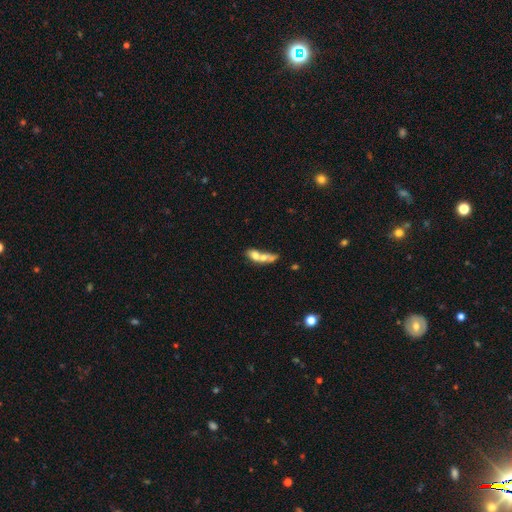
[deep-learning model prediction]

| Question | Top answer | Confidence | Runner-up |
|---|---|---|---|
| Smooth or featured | smooth | 59% | featured or disk (32%) |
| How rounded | in between | 60% | cigar-shaped (25%) |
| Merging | merger | 68% | none (17%) |